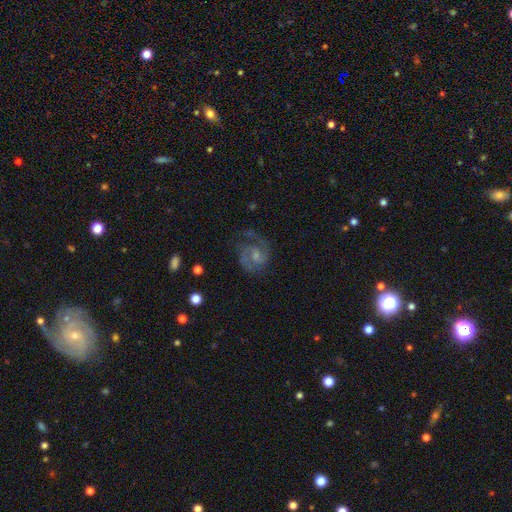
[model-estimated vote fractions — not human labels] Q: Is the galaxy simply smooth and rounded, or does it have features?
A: featured or disk — 77%.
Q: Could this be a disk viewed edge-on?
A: no — 98%.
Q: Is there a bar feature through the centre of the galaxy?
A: no — 50%.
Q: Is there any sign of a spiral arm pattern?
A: yes — 93%.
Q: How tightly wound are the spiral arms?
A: medium — 49%.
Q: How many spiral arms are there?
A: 2 — 69%.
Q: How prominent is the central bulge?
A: small — 51%.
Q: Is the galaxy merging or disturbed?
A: none — 66%.